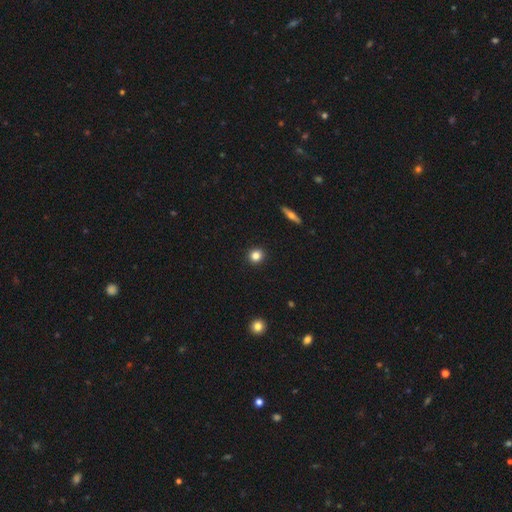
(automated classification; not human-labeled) Overall: smooth (83%). How rounded: round (89%). Merging: none (92%).